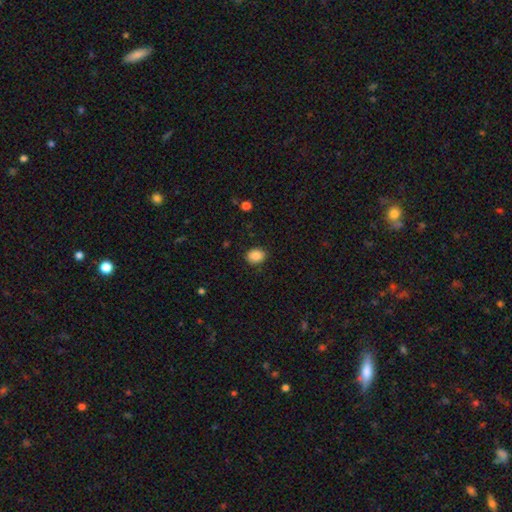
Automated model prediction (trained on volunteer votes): Q: Smooth or featured?
A: smooth (89%); runner-up: star or artifact (9%)
Q: How rounded?
A: in between (57%); runner-up: round (42%)
Q: Merging?
A: none (87%); runner-up: minor disturbance (10%)